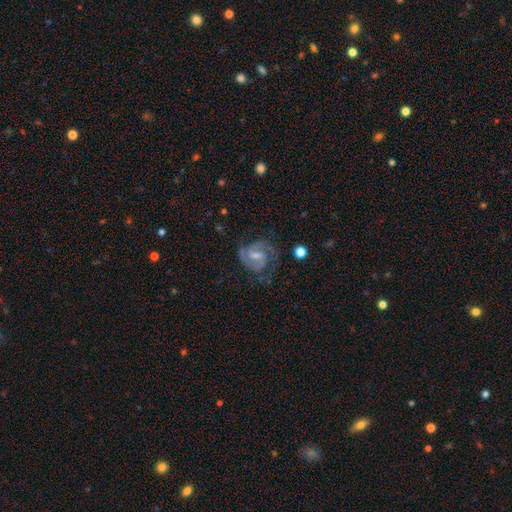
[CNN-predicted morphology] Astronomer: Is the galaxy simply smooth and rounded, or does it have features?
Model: featured or disk — 85%.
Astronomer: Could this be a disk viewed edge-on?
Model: no — 98%.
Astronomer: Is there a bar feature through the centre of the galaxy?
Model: weak — 54%.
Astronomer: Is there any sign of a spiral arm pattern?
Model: yes — 97%.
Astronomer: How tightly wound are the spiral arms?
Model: medium — 48% (runner-up: tight, 43%).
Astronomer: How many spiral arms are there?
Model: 2 — 72%.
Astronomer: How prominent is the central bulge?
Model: small — 50% (runner-up: moderate, 39%).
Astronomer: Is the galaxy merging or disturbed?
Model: none — 69%.